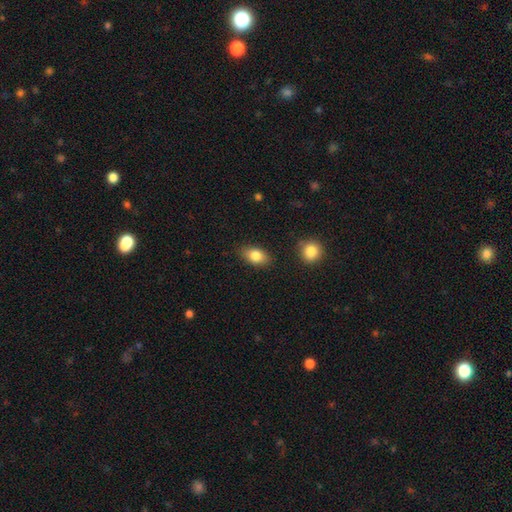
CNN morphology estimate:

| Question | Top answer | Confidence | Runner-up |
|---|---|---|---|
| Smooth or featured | smooth | 83% | featured or disk (9%) |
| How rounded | in between | 85% | round (12%) |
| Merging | none | 84% | minor disturbance (11%) |